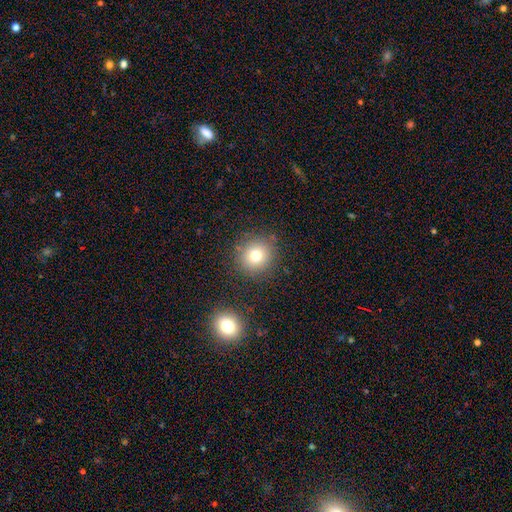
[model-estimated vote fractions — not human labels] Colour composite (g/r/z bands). It shows a smooth galaxy with no disk features (74%) that is round (89%). Merging: none (84%).